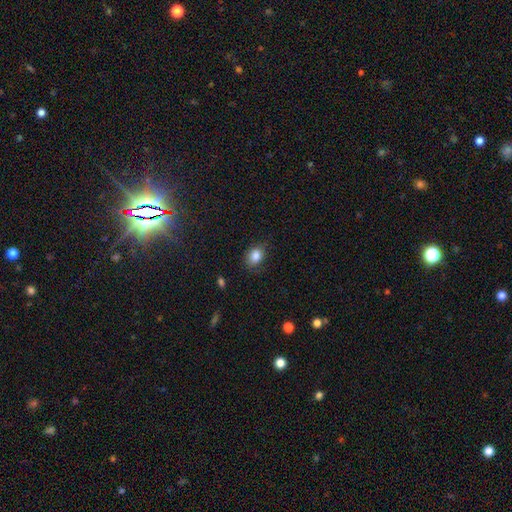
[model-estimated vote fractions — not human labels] Q: Smooth or featured?
A: smooth (85%); runner-up: star or artifact (9%)
Q: How rounded?
A: in between (65%); runner-up: round (34%)
Q: Merging?
A: none (77%); runner-up: minor disturbance (18%)